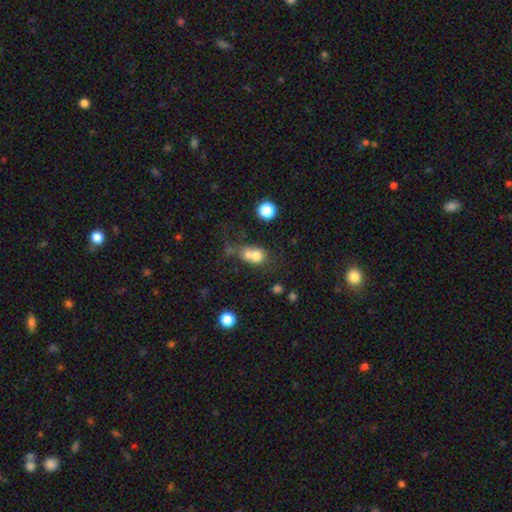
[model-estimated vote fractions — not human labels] smooth-or-featured: smooth: 69% | featured or disk: 17% | star or artifact: 13%
  how-rounded: round: 65% | in between: 33% | cigar-shaped: 2%
  merging: merger: 58% | none: 25% | minor disturbance: 10% | major disturbance: 8%